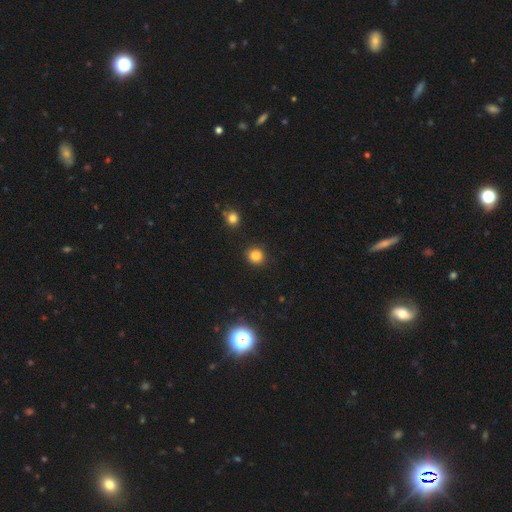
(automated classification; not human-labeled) smooth 83%, star or artifact 13%, featured or disk 5%. Down the decision tree: how rounded — round (90%); merging — none (91%).